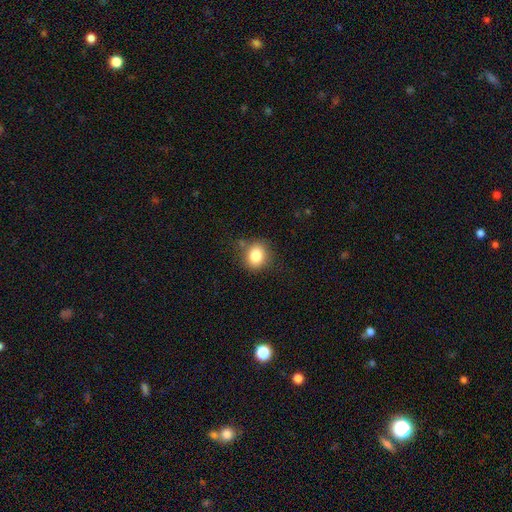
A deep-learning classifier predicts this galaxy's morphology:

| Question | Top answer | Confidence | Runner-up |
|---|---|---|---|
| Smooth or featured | smooth | 83% | star or artifact (10%) |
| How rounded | round | 70% | in between (29%) |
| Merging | none | 77% | minor disturbance (16%) |